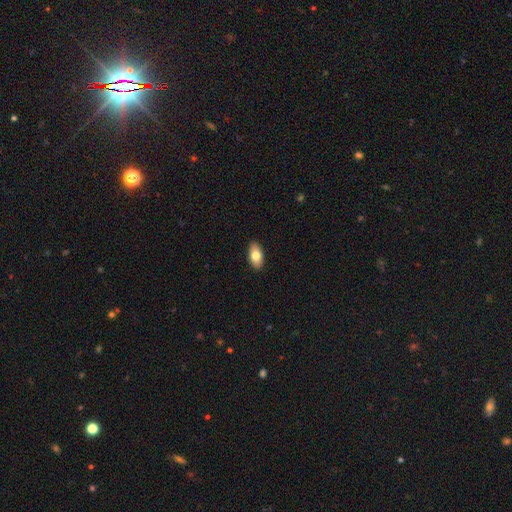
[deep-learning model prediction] Q: Smooth or featured?
A: smooth (76%); runner-up: featured or disk (17%)
Q: How rounded?
A: in between (91%); runner-up: cigar-shaped (5%)
Q: Merging?
A: none (90%); runner-up: minor disturbance (7%)